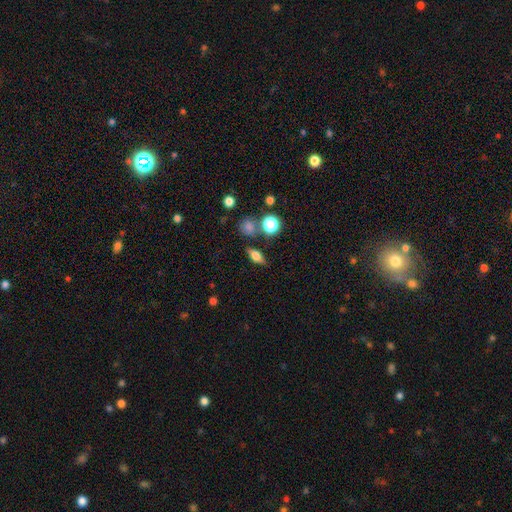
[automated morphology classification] smooth-or-featured: smooth: 65% | featured or disk: 23% | star or artifact: 12%
  how-rounded: in between: 67% | round: 17% | cigar-shaped: 16%
  merging: none: 78% | minor disturbance: 12% | merger: 6% | major disturbance: 4%